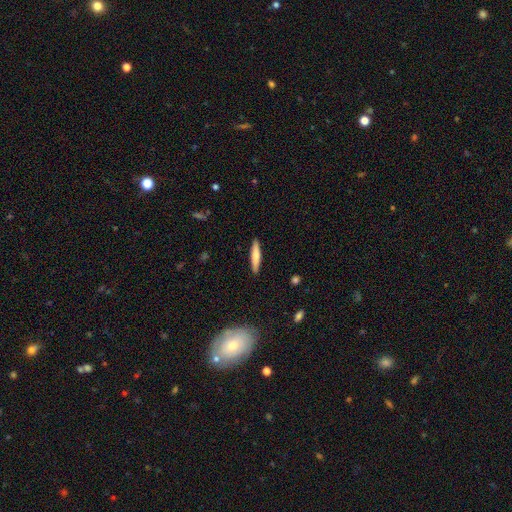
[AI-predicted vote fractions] Smooth or featured?
  - smooth: 70% *
  - featured or disk: 24%
  - star or artifact: 6%
How rounded?
  - cigar-shaped: 87% *
  - in between: 11%
  - round: 1%
Merging?
  - none: 91% *
  - minor disturbance: 7%
  - major disturbance: 1%
  - merger: 1%